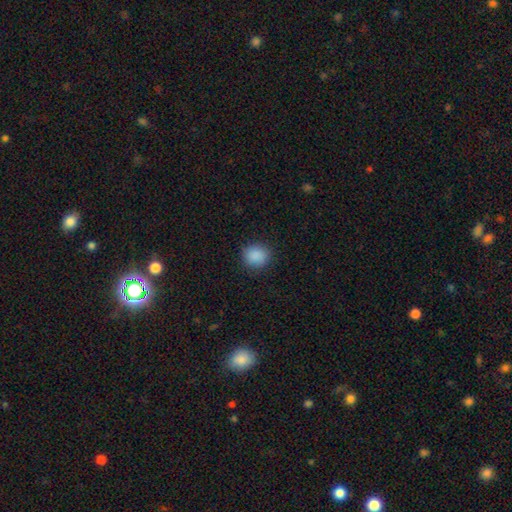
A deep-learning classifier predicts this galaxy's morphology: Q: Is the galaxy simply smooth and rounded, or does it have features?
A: smooth — 88%.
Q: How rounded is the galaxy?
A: round — 84%.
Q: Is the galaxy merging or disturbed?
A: none — 88%.